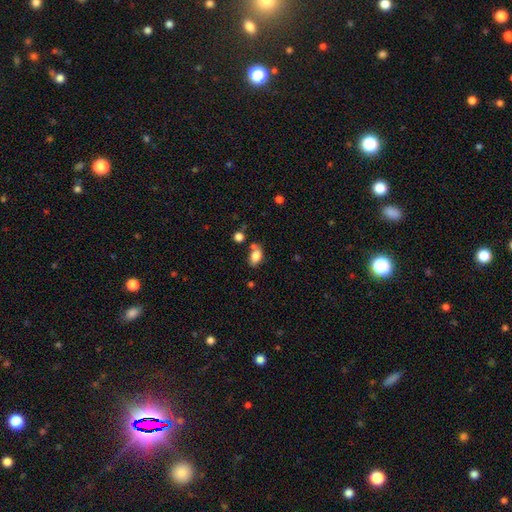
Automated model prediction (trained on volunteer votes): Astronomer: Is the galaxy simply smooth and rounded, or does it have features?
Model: smooth — 81%.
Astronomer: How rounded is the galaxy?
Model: in between — 85%.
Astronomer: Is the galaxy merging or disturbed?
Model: none — 57%.